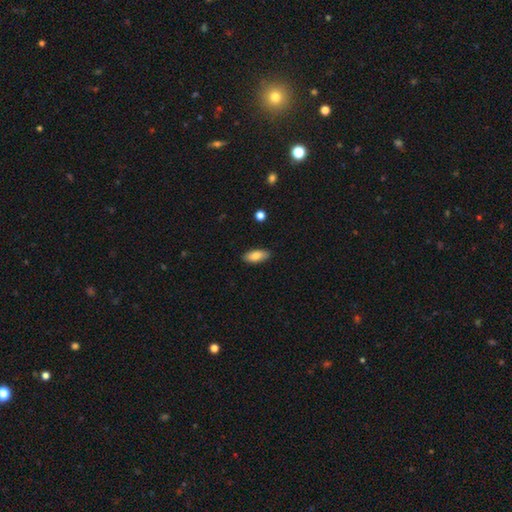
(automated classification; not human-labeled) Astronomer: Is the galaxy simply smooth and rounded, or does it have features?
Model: smooth — 83%.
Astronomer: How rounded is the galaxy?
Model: in between — 86%.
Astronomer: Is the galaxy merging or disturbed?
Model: none — 87%.